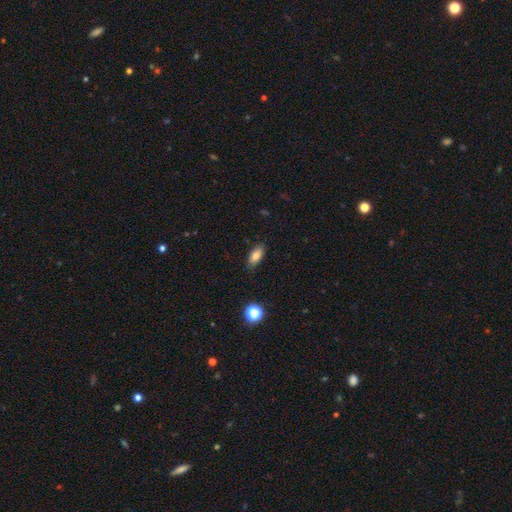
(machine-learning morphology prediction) Smooth or featured?
  - smooth: 81% *
  - featured or disk: 10%
  - star or artifact: 9%
How rounded?
  - in between: 85% *
  - cigar-shaped: 10%
  - round: 4%
Merging?
  - none: 84% *
  - minor disturbance: 12%
  - major disturbance: 3%
  - merger: 1%